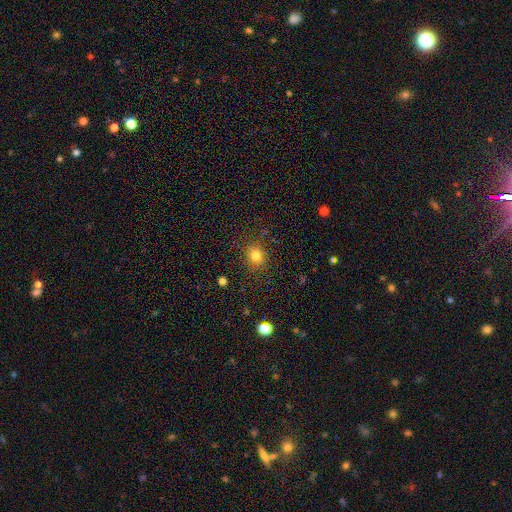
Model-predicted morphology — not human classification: smooth_or_featured: smooth (p=0.79) [alt: star or artifact p=0.14]
how_rounded: round (p=0.70) [alt: in between p=0.29]
merging: none (p=0.84) [alt: minor disturbance p=0.11]